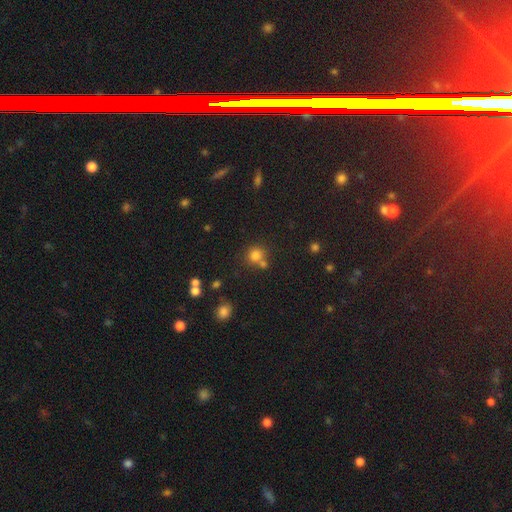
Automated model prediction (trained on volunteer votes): This appears to be a smooth galaxy with no disk features (78%) that is round (86%). Merging: none (60%).